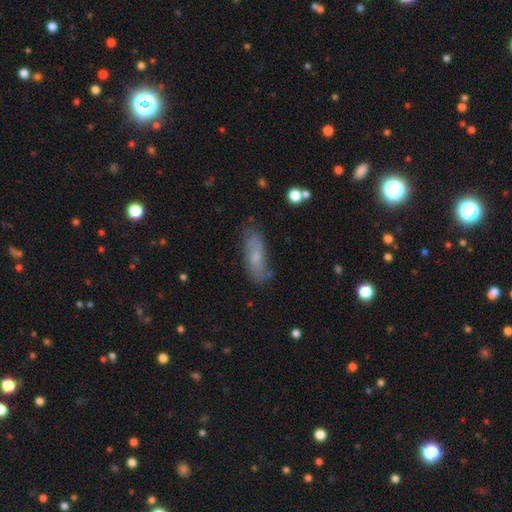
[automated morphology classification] This is possibly a smooth galaxy (59%). How rounded: likely in between (62%). Merging: likely none (70%).